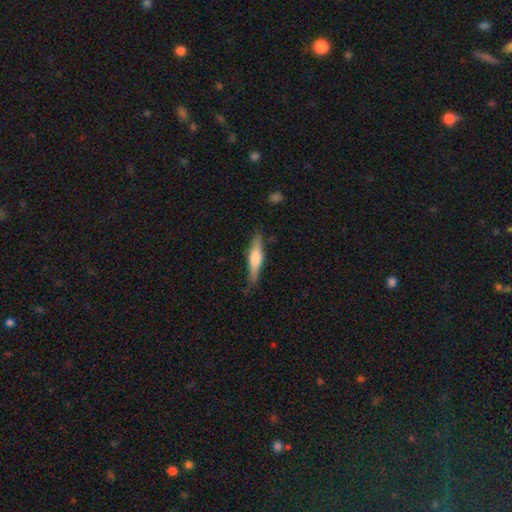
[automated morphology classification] Smooth or featured? Predicted: smooth (p=0.57). How rounded? Predicted: cigar-shaped (p=0.79). Merging? Predicted: none (p=0.78).